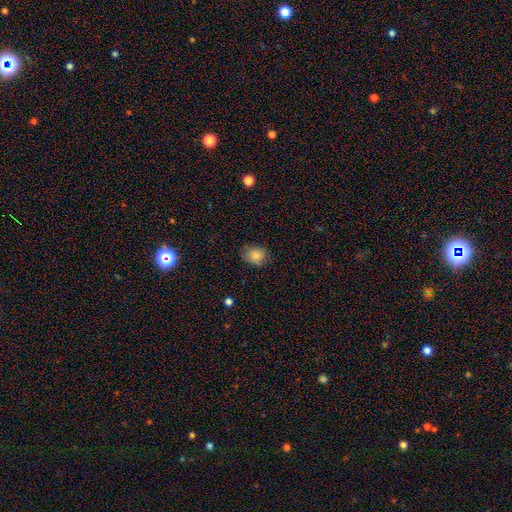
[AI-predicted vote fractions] A smooth galaxy with no disk features (78%) that is in between round and cigar-shaped (53%).

Vote fractions:
- Smooth or featured? smooth: 78% / featured or disk: 13% / star or artifact: 9%
- How rounded? in between: 53% / round: 46% / cigar-shaped: 1%
- Merging? none: 68% / minor disturbance: 23% / major disturbance: 7% / merger: 1%